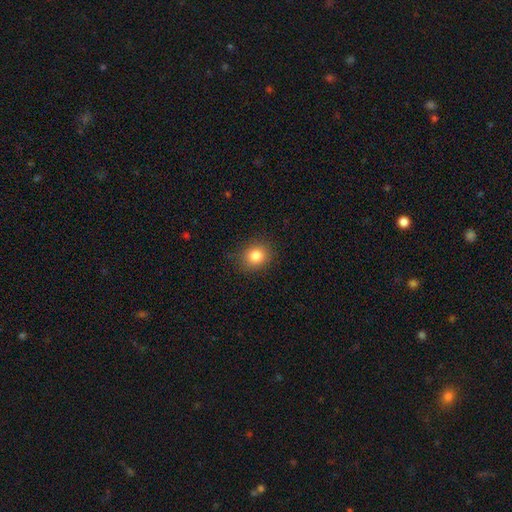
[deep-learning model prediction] Q: Smooth or featured?
A: smooth (83%); runner-up: star or artifact (11%)
Q: How rounded?
A: round (73%); runner-up: in between (27%)
Q: Merging?
A: none (86%); runner-up: minor disturbance (10%)